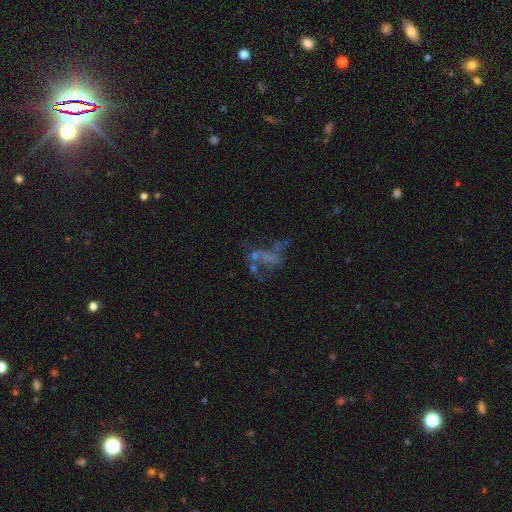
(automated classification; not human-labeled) A featured or disk galaxy (49%). Merging: major disturbance (33%, tied with none).